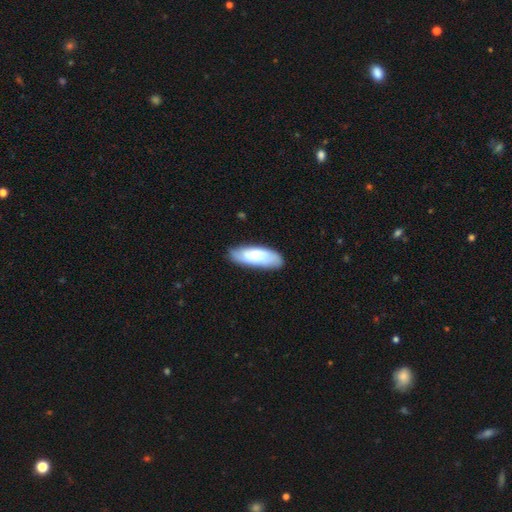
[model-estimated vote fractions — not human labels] A smooth galaxy with no disk features (63%) that is in between round and cigar-shaped (67%). Merging: none (77%).